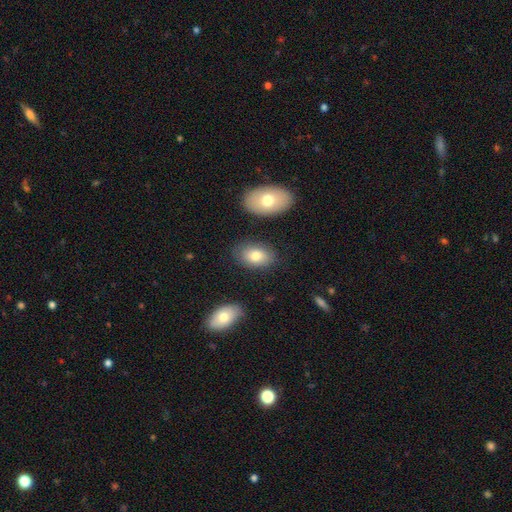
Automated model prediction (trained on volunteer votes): Overall: smooth (78%). How rounded: in between (89%). Merging: none (78%).